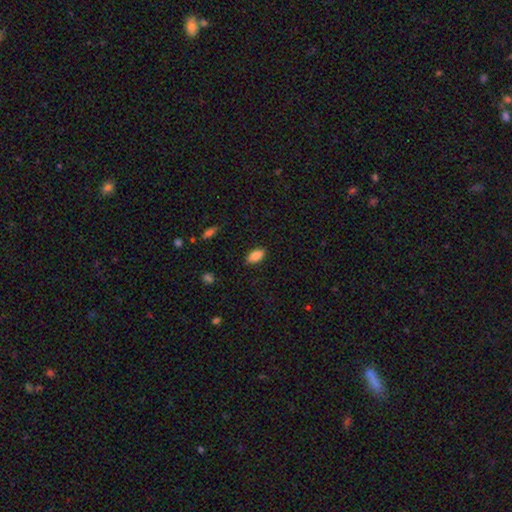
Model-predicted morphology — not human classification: smooth_or_featured: smooth (p=0.84) [alt: featured or disk p=0.09]
how_rounded: in between (p=0.92) [alt: cigar-shaped p=0.05]
merging: none (p=0.87) [alt: minor disturbance p=0.10]